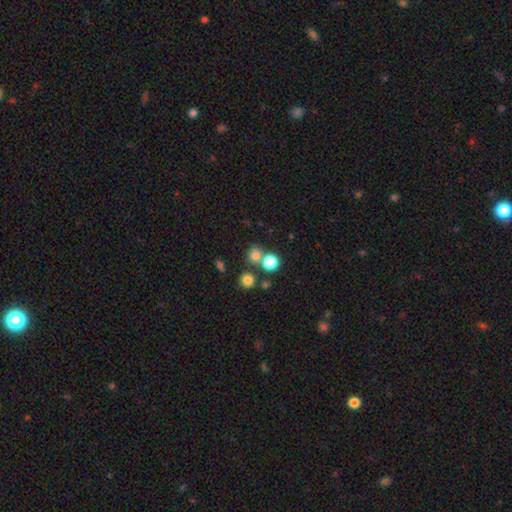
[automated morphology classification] Smooth or featured? smooth (76%)
How rounded? round (85%)
Merging? none (64%)